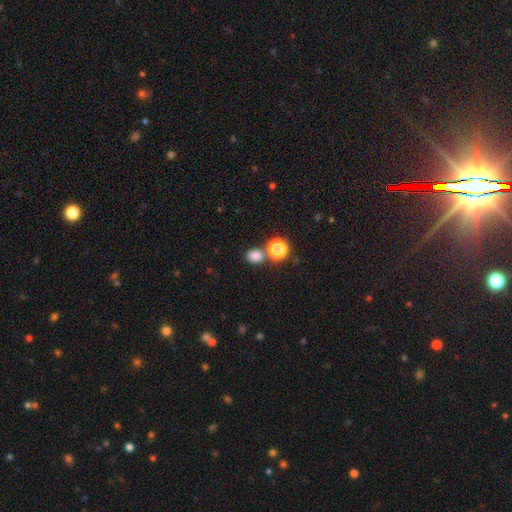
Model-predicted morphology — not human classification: Smooth or featured? smooth (79%)
How rounded? round (60%)
Merging? none (67%)